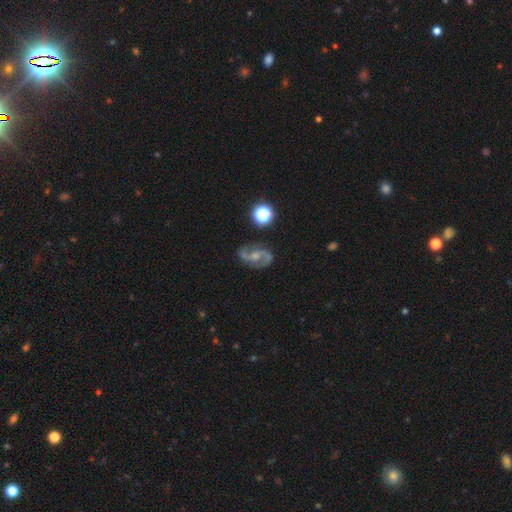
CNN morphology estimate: This appears to be a featured or disk galaxy (86%) with a weak bar (45%), 2 (93%) medium (48%) spiral arms (97%) and a moderate central bulge (45%). Merging: none (78%).